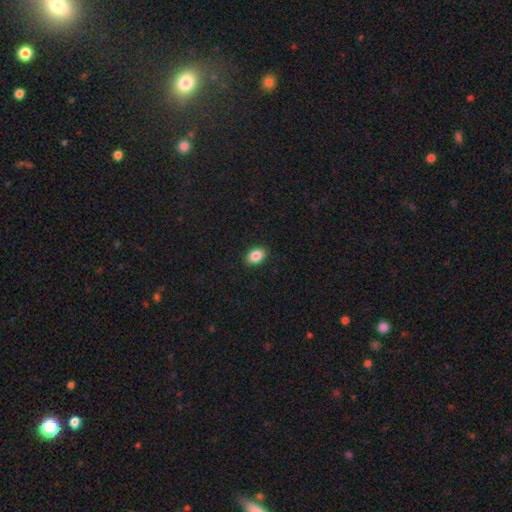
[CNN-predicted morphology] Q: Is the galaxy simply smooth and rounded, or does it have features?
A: smooth — 87%.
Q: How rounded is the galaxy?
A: in between — 81%.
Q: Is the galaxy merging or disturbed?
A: none — 90%.